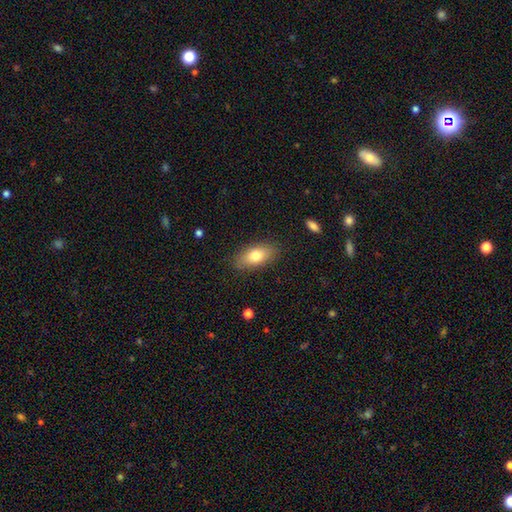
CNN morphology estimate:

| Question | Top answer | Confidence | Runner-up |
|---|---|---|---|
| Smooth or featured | smooth | 77% | featured or disk (16%) |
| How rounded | in between | 85% | cigar-shaped (10%) |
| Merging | none | 85% | minor disturbance (11%) |